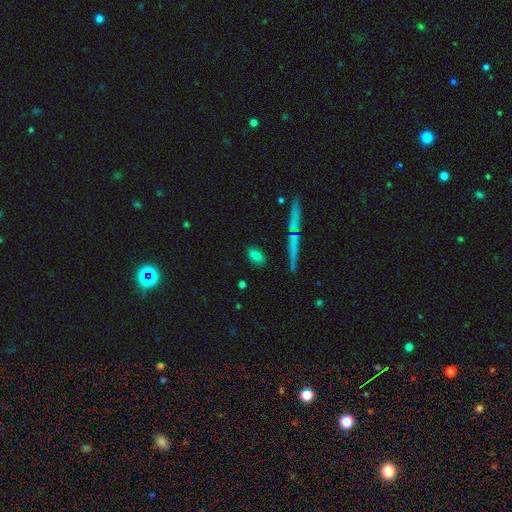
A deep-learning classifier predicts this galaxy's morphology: type=smooth (78%); roundness=in between (81%); merging=none (79%).